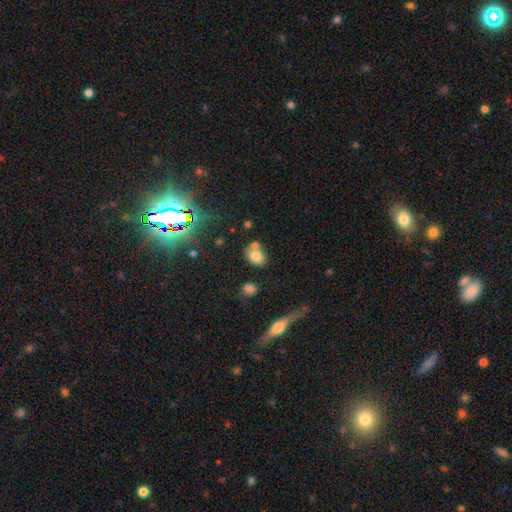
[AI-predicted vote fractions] Overall: smooth (75%). How rounded: in between (58%; round 41%). Merging: none (50%; merger 31%).